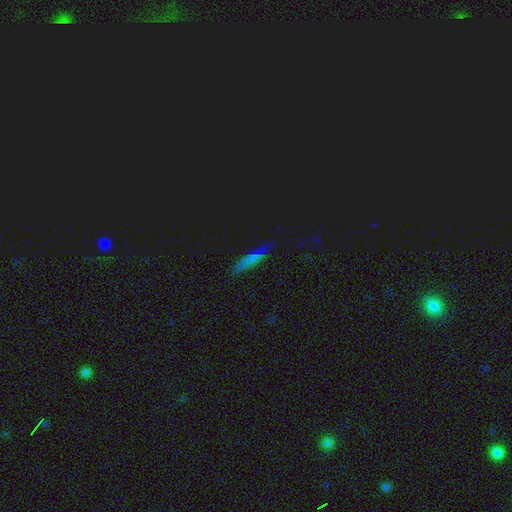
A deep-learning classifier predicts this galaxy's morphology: type=smooth (46%); merging=none (76%).